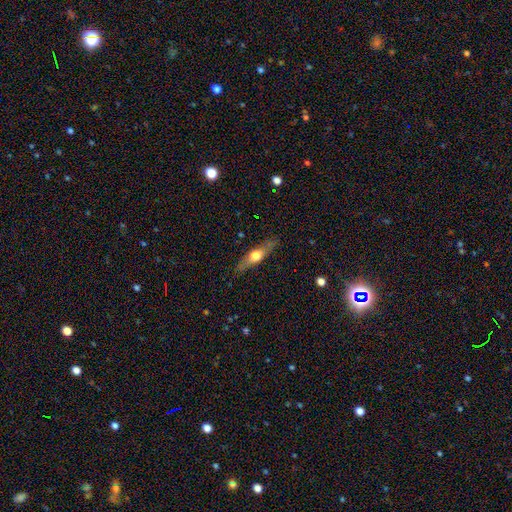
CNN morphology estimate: Q: Smooth or featured?
A: featured or disk (57%); runner-up: smooth (37%)
Q: Edge-on disk?
A: yes (92%); runner-up: no (8%)
Q: Edge-on bulge?
A: rounded (94%); runner-up: boxy (4%)
Q: Merging?
A: none (86%); runner-up: minor disturbance (10%)